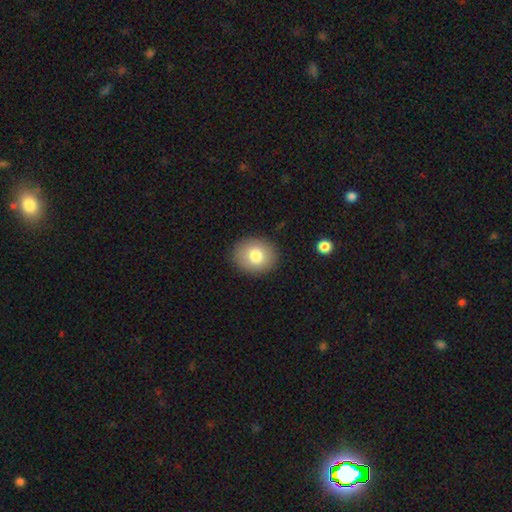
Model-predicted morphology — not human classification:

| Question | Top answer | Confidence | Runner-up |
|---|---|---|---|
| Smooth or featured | smooth | 80% | featured or disk (11%) |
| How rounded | round | 58% | in between (41%) |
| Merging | none | 88% | minor disturbance (8%) |